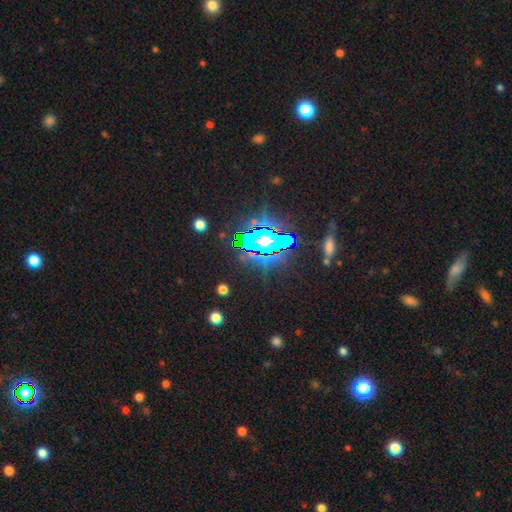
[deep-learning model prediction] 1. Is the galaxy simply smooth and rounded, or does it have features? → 83% star or artifact, 10% smooth, 7% featured or disk.